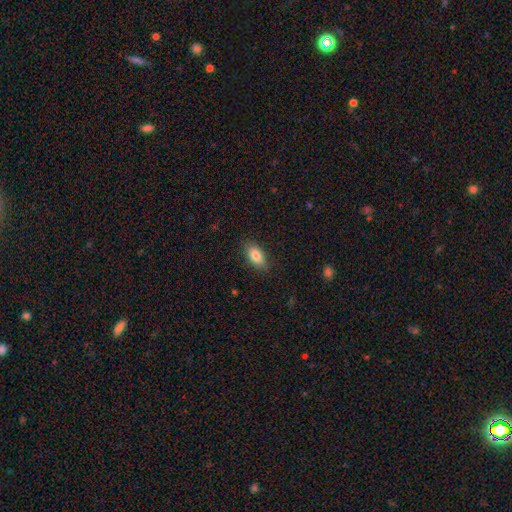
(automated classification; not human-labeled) A smooth galaxy with no disk features (82%) that is in between round and cigar-shaped (91%). Merging: none (86%).